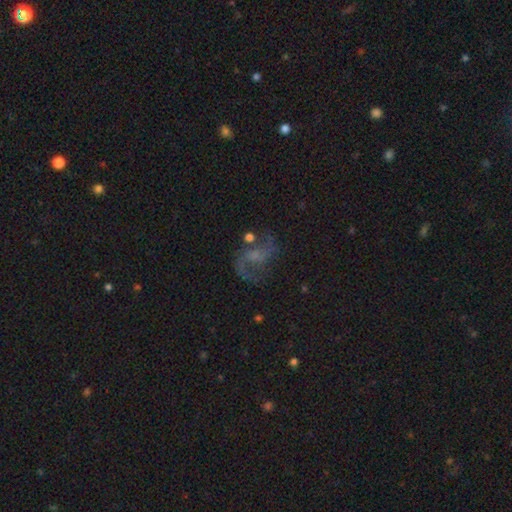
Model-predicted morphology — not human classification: This is likely a featured or disk galaxy (79%). It is clearly not viewed edge-on (98%). Bar: possibly weak (46%). Spiral arm pattern: clearly yes (92%). Spiral arm count: clearly 2 (88%). Spiral winding: possibly loose (58%). Central bulge: marginally small (41%). Merging: likely none (62%).